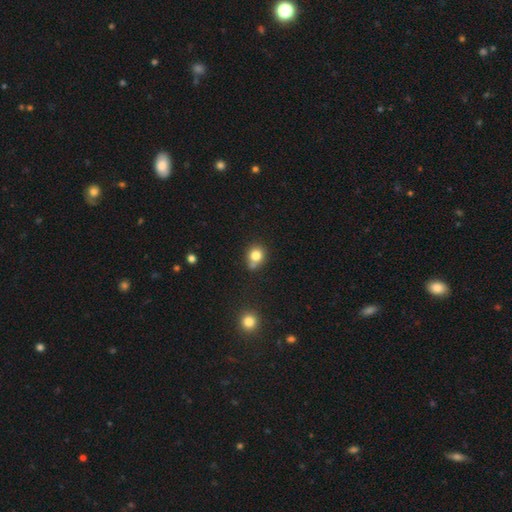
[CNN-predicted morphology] Smooth or featured?
  - smooth: 80% *
  - star or artifact: 12%
  - featured or disk: 9%
How rounded?
  - round: 78% *
  - in between: 21%
  - cigar-shaped: 1%
Merging?
  - none: 60% *
  - minor disturbance: 18%
  - merger: 18%
  - major disturbance: 5%